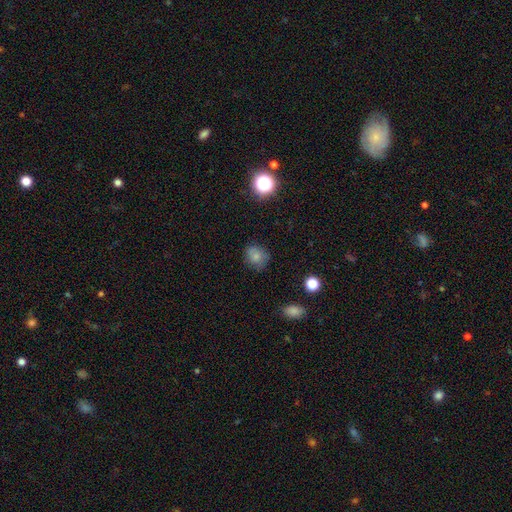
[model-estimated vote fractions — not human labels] A smooth galaxy with no disk features (76%) that is round (64%).

Vote fractions:
- Smooth or featured? smooth: 76% / star or artifact: 14% / featured or disk: 10%
- How rounded? round: 64% / in between: 35% / cigar-shaped: 1%
- Merging? none: 69% / minor disturbance: 21% / major disturbance: 6% / merger: 3%